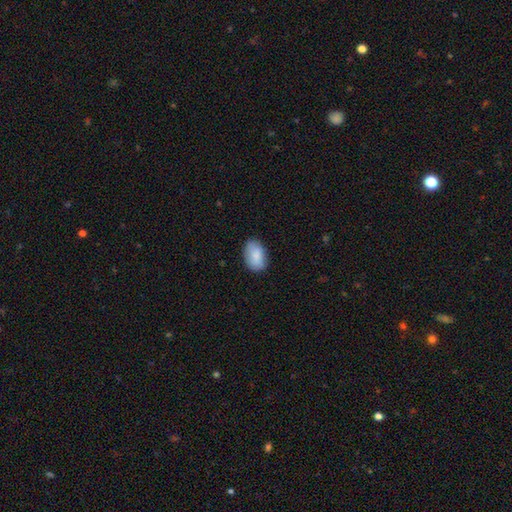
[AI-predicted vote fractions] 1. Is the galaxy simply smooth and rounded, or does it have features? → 88% smooth, 6% featured or disk, 6% star or artifact.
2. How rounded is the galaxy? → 90% in between, 9% round, 1% cigar-shaped.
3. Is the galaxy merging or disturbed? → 83% none, 14% minor disturbance, 3% major disturbance, 1% merger.